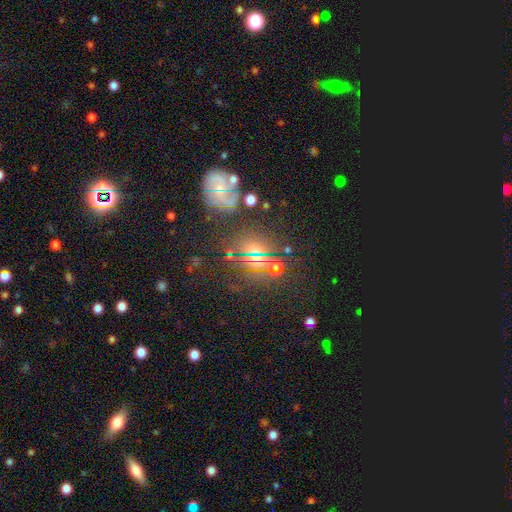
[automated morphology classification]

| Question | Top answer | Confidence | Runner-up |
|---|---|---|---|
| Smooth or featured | star or artifact | 52% | smooth (32%) |